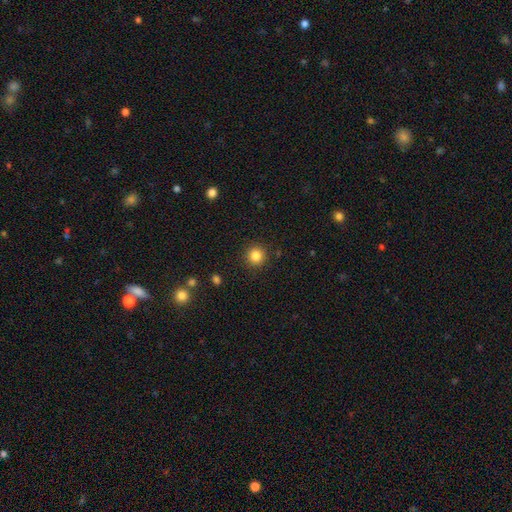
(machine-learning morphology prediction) A smooth galaxy with no disk features (84%) that is round (94%). Merging: none (91%).